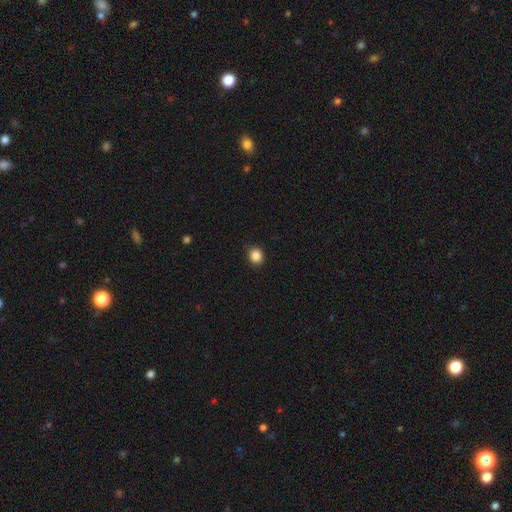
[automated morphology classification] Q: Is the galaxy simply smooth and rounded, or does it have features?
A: smooth — 87%.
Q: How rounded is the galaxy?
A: round — 73%.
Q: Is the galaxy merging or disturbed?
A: none — 88%.